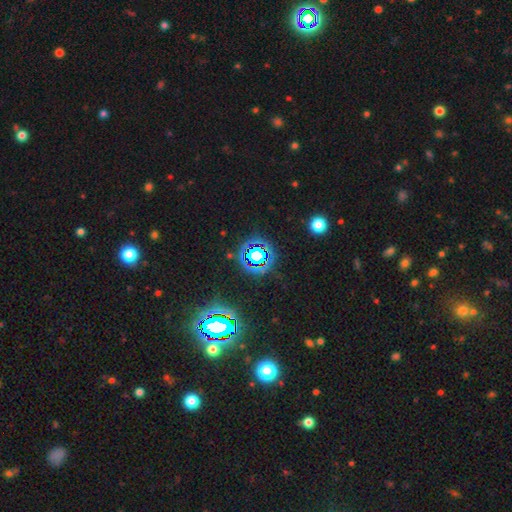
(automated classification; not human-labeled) star or artifact 73%, smooth 16%, featured or disk 11%.